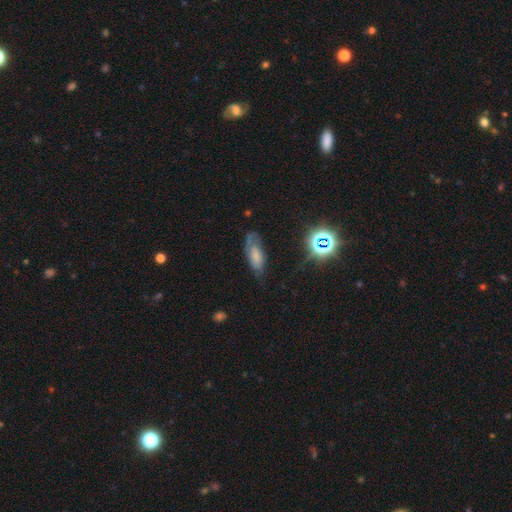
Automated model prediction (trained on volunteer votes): A smooth galaxy with no disk features (52%) that is in between round and cigar-shaped (80%).

Vote fractions:
- Smooth or featured? smooth: 52% / featured or disk: 32% / star or artifact: 16%
- How rounded? in between: 80% / cigar-shaped: 16% / round: 4%
- Merging? none: 52% / minor disturbance: 29% / major disturbance: 16% / merger: 3%